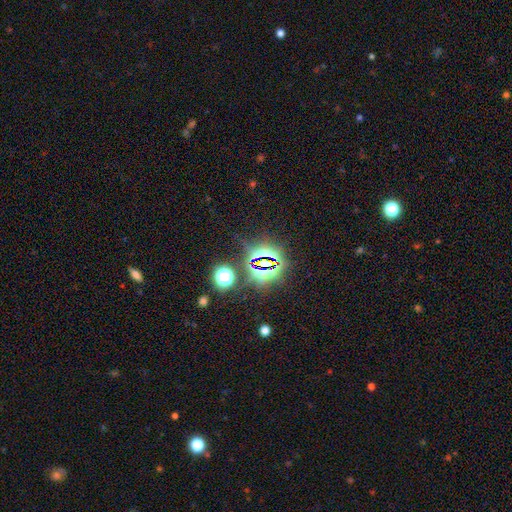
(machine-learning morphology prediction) star or artifact 81%, smooth 12%, featured or disk 8%.